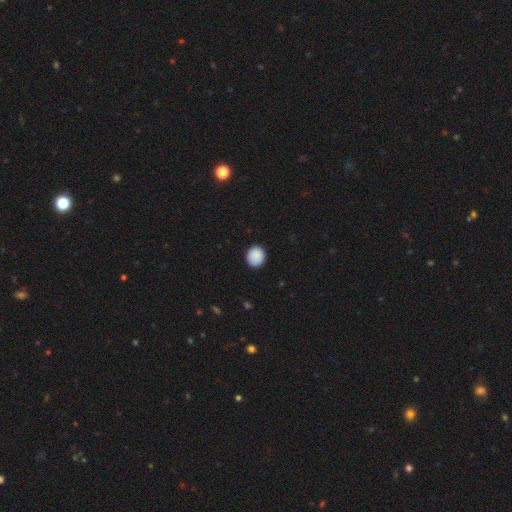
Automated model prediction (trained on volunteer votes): smooth_or_featured: smooth (p=0.89) [alt: star or artifact p=0.08]
how_rounded: round (p=0.83) [alt: in between p=0.16]
merging: none (p=0.88) [alt: minor disturbance p=0.10]